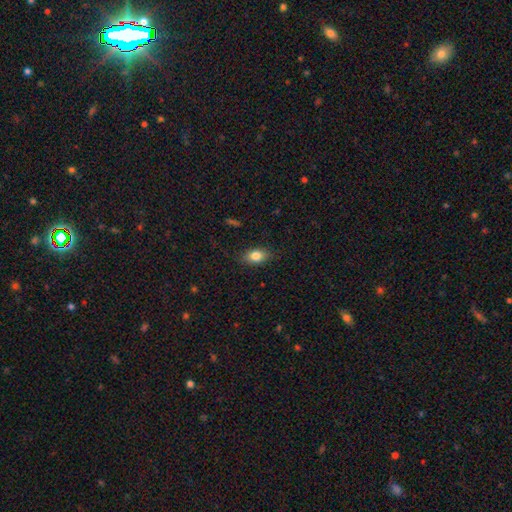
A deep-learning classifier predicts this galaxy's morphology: Smooth or featured: smooth — 81% (featured or disk — 10%)
How rounded: in between — 82% (round — 13%)
Merging: none — 84% (minor disturbance — 12%)